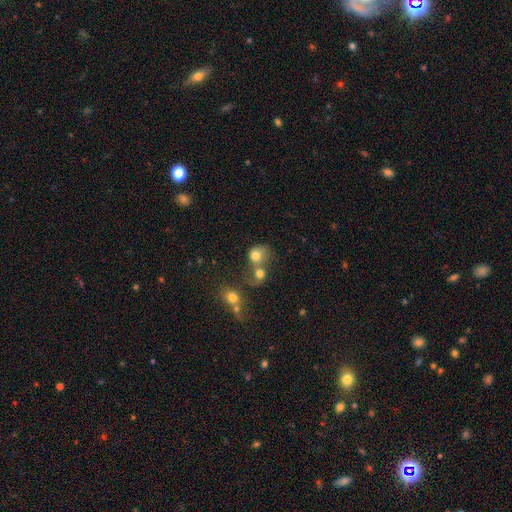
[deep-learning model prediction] Morphology: type=smooth (75%); roundness=round (69%); merging=merger (61%).